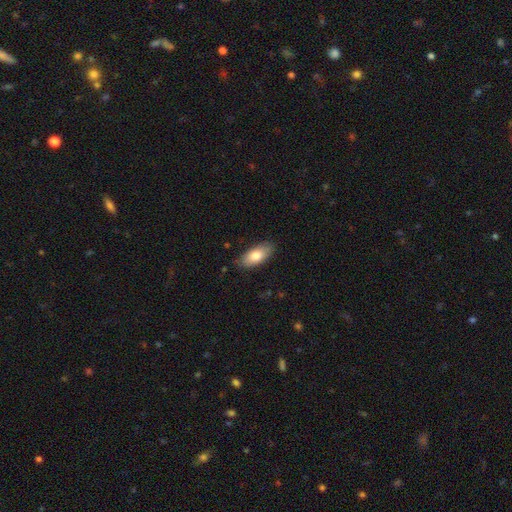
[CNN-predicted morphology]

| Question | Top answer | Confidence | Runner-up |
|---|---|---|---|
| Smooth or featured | smooth | 79% | featured or disk (15%) |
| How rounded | in between | 88% | cigar-shaped (10%) |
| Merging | none | 83% | minor disturbance (13%) |